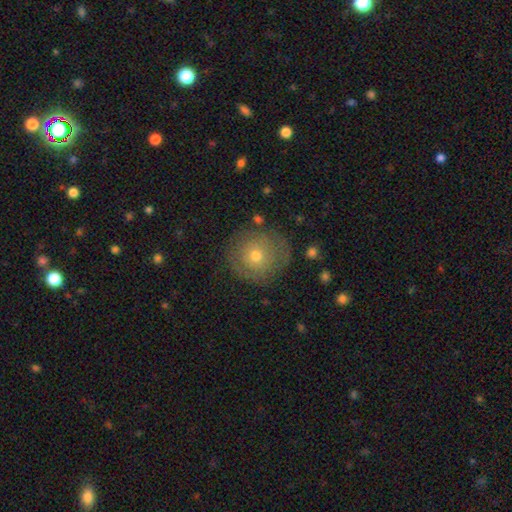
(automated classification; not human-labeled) Smooth or featured? smooth (51%)
How rounded? round (90%)
Merging? none (80%)